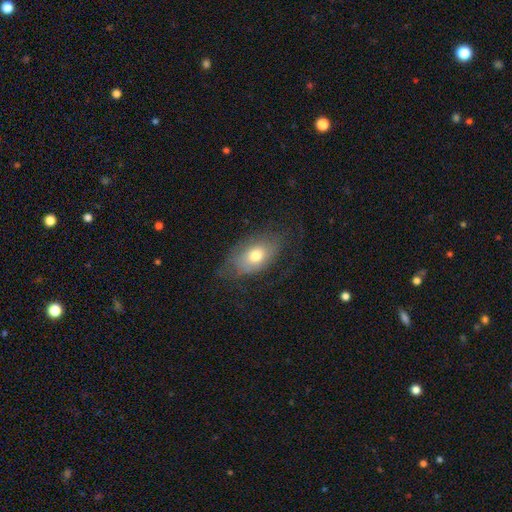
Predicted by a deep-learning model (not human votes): A smooth galaxy with no disk features (65%) that is in between round and cigar-shaped (88%). Merging: none (60%).